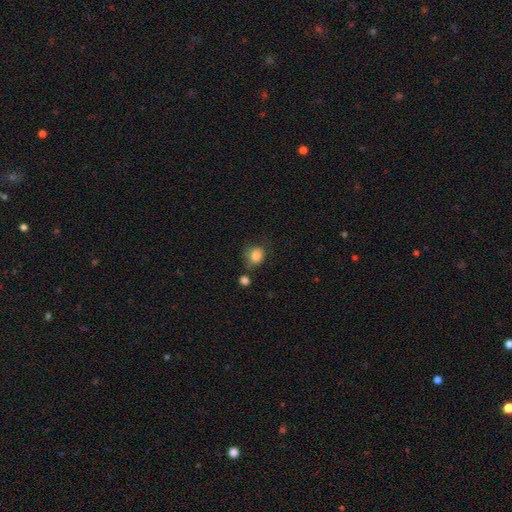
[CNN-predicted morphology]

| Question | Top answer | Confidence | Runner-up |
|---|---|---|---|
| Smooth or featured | smooth | 84% | star or artifact (9%) |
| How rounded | round | 76% | in between (23%) |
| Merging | none | 60% | minor disturbance (22%) |